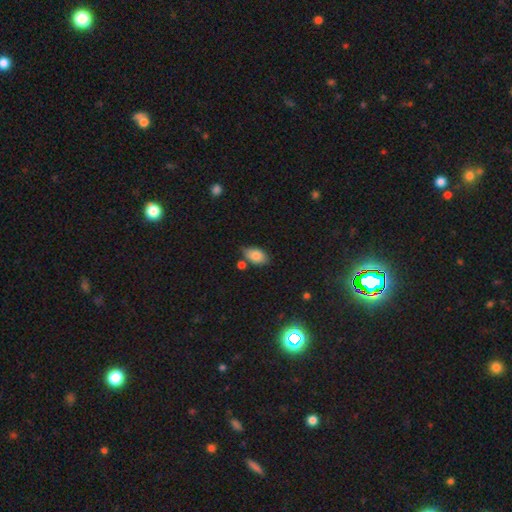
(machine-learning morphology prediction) smooth_or_featured: smooth (p=0.82) [alt: featured or disk p=0.10]
how_rounded: in between (p=0.91) [alt: round p=0.07]
merging: none (p=0.65) [alt: minor disturbance p=0.22]